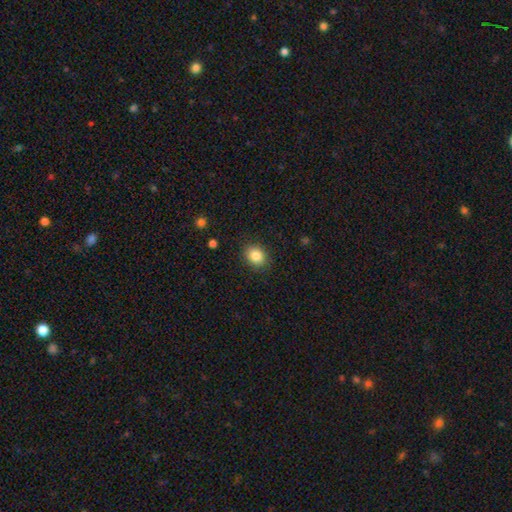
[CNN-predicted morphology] This is clearly a smooth galaxy (86%). How rounded: possibly round (58%). Merging: clearly none (87%).